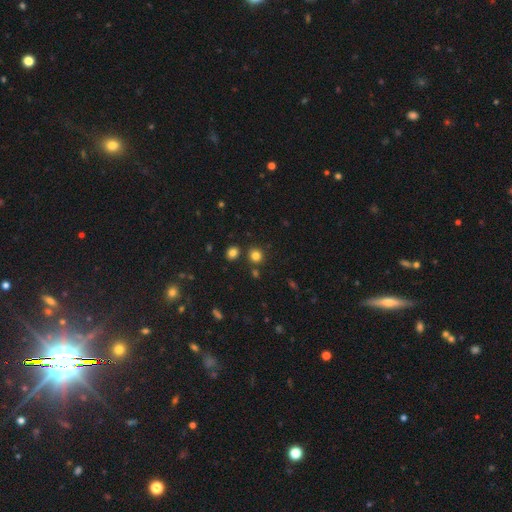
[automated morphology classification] smooth-or-featured: smooth: 80% | star or artifact: 15% | featured or disk: 5%
  how-rounded: round: 85% | in between: 14% | cigar-shaped: 1%
  merging: none: 82% | merger: 8% | minor disturbance: 8% | major disturbance: 3%